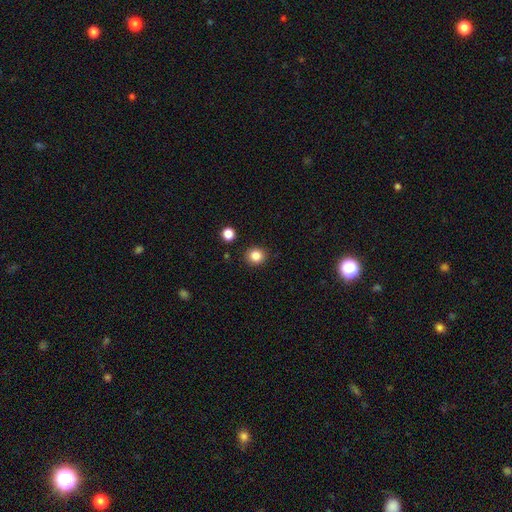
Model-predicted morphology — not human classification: A smooth galaxy with no disk features (85%) that is round (89%). Merging: none (90%).